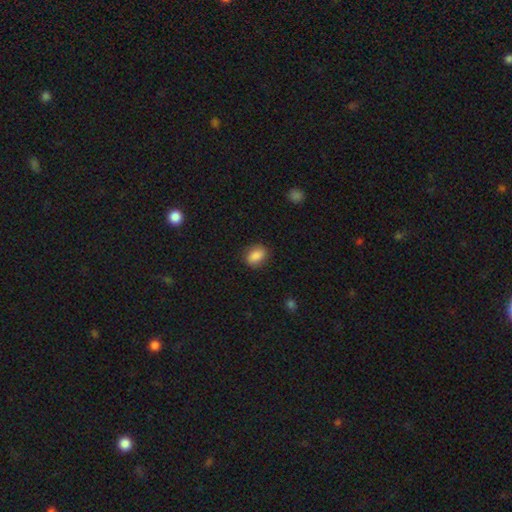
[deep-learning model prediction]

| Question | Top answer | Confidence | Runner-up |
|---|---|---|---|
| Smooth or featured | smooth | 87% | star or artifact (8%) |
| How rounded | in between | 72% | round (27%) |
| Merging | none | 84% | minor disturbance (12%) |